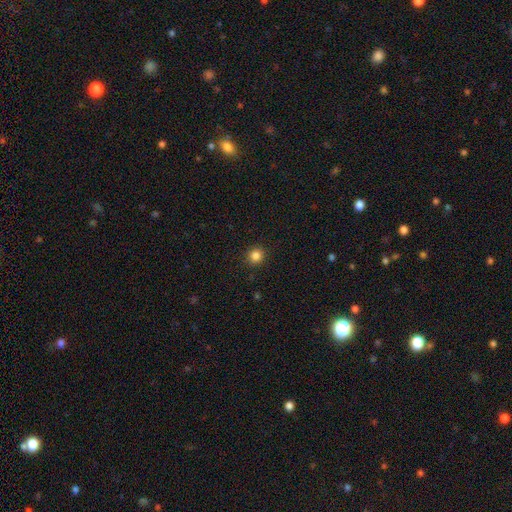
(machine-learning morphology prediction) type=smooth (84%); roundness=round (92%); merging=none (91%).